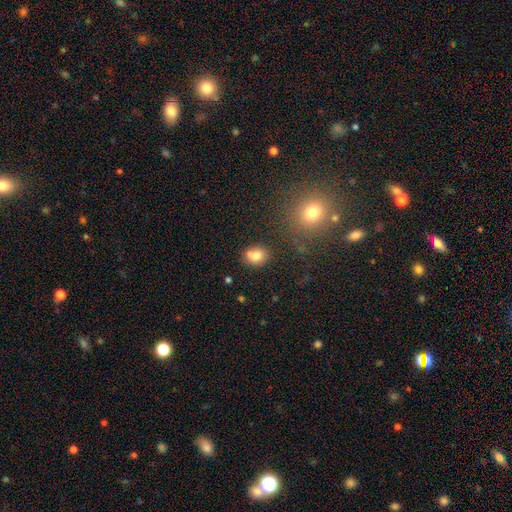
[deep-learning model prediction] A smooth galaxy with no disk features (72%) that is round (60%). Merging: none (50%).